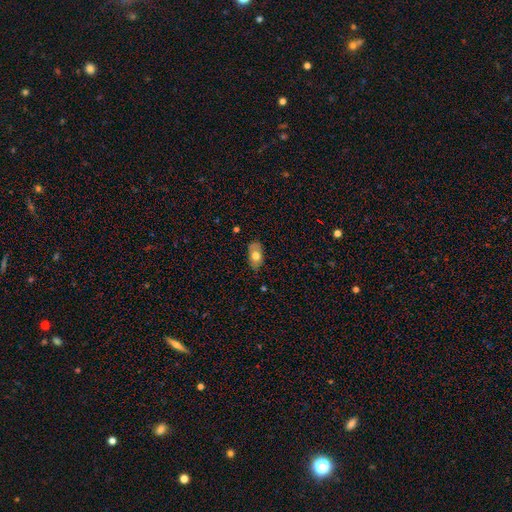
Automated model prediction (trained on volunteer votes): Q: Smooth or featured?
A: smooth (68%); runner-up: featured or disk (25%)
Q: How rounded?
A: in between (91%); runner-up: round (7%)
Q: Merging?
A: none (75%); runner-up: minor disturbance (20%)